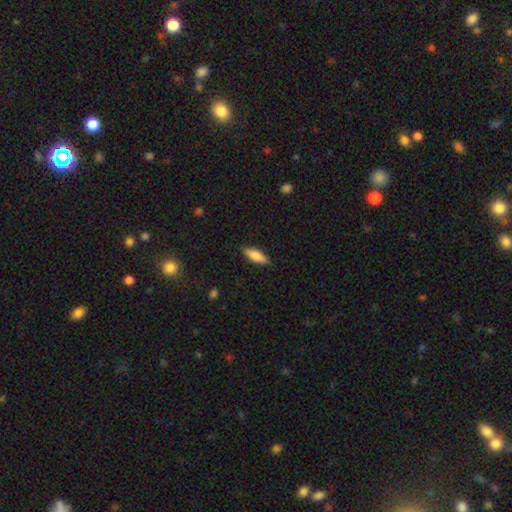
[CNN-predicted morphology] A smooth galaxy with no disk features (82%) that is in between round and cigar-shaped (63%). Merging: none (86%).